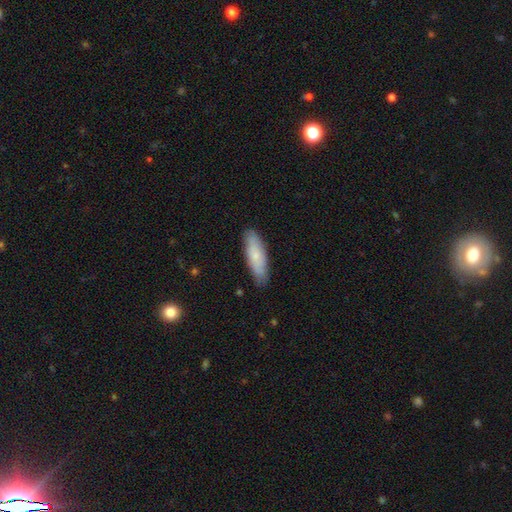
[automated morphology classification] smooth 72%, featured or disk 22%, star or artifact 6%. Down the decision tree: how rounded — in between (50%); merging — none (83%).